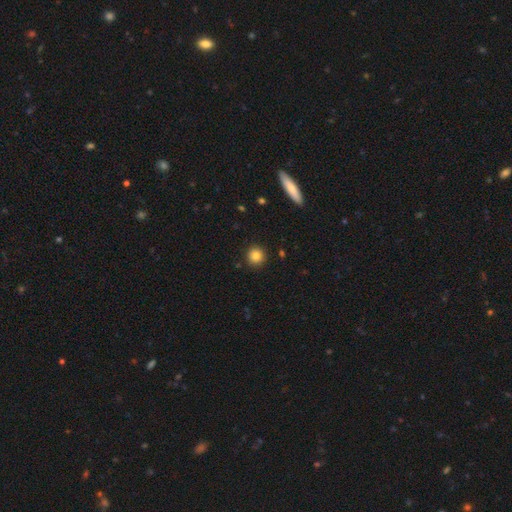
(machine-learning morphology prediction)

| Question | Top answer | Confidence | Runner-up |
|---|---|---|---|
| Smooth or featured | smooth | 84% | star or artifact (10%) |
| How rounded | round | 92% | in between (6%) |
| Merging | none | 91% | minor disturbance (6%) |